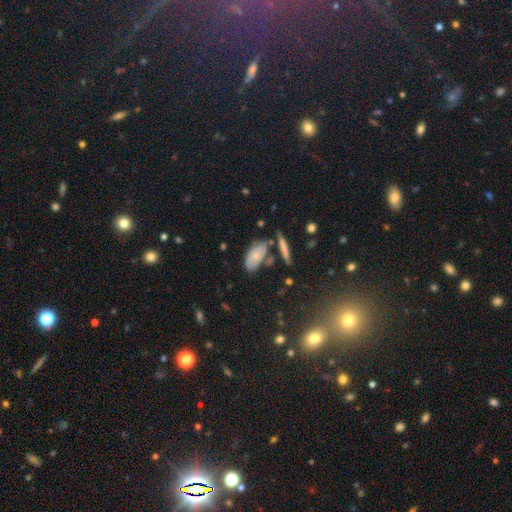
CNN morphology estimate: Q: Smooth or featured?
A: smooth (59%); runner-up: featured or disk (33%)
Q: How rounded?
A: in between (85%); runner-up: cigar-shaped (9%)
Q: Merging?
A: none (60%); runner-up: minor disturbance (21%)